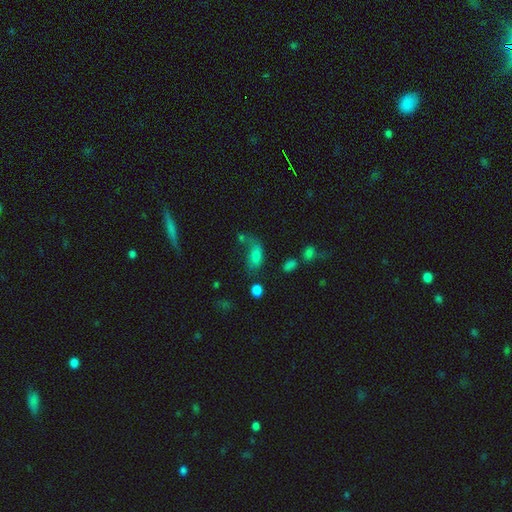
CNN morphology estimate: Smooth or featured?
  - smooth: 68% *
  - featured or disk: 18%
  - star or artifact: 14%
How rounded?
  - in between: 85% *
  - round: 10%
  - cigar-shaped: 6%
Merging?
  - none: 32% *
  - major disturbance: 29%
  - minor disturbance: 21%
  - merger: 18%